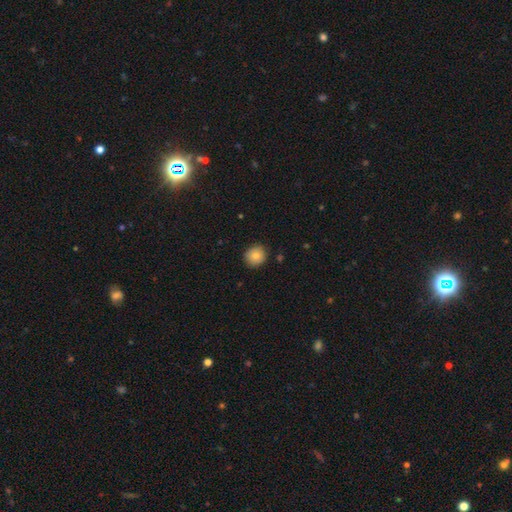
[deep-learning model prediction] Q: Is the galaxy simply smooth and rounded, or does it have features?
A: smooth — 80%.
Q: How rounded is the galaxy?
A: round — 86%.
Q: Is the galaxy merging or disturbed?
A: none — 86%.